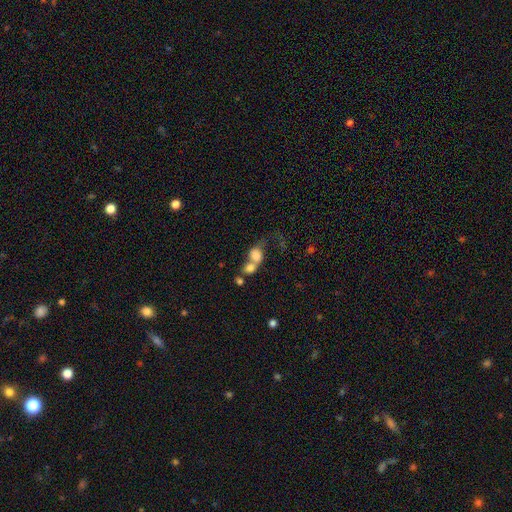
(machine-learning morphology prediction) Smooth or featured?
  - smooth: 73% *
  - featured or disk: 16%
  - star or artifact: 11%
How rounded?
  - round: 51% *
  - in between: 47%
  - cigar-shaped: 2%
Merging?
  - merger: 73% *
  - none: 13%
  - major disturbance: 8%
  - minor disturbance: 6%